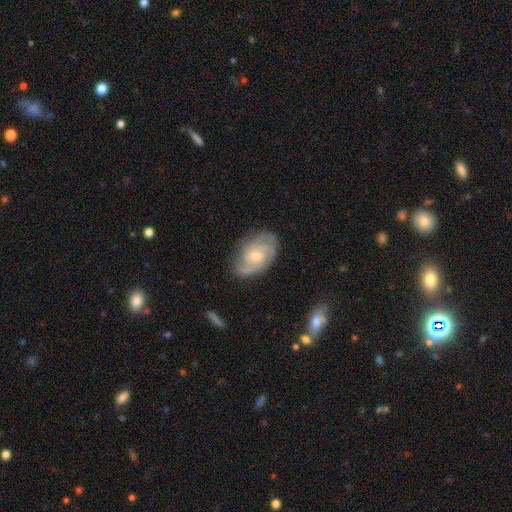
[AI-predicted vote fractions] A featured or disk galaxy (78%) with no bar (60%), 2 (42%) medium (44%) spiral arms (94%) and a small central bulge (51%).

Vote fractions:
- Smooth or featured? featured or disk: 78% / smooth: 17% / star or artifact: 5%
- Edge-on disk? no: 97% / yes: 3%
- Bar? no: 60% / weak: 36% / strong: 4%
- Spiral arms? yes: 94% / no: 6%
- Spiral winding? medium: 44% / tight: 41% / loose: 16%
- Spiral arm count? 2: 42% / can't tell: 23% / 3: 22% / 1: 6% / 4: 5% / more than 4: 3%
- Bulge size? small: 51% / moderate: 44% / large: 2% / none: 2% / dominant: 1%
- Merging? none: 71% / minor disturbance: 20% / major disturbance: 7% / merger: 2%